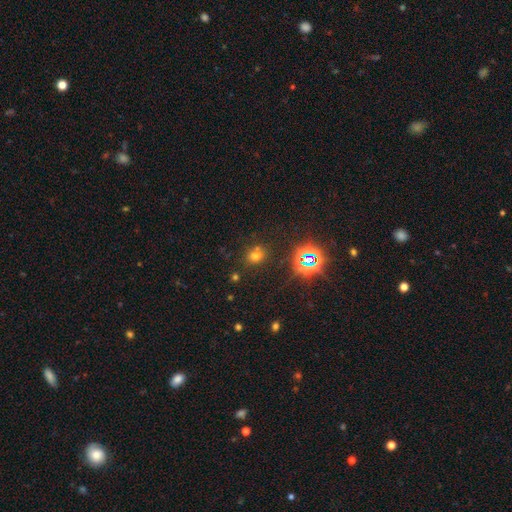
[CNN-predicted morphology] This is possibly a smooth galaxy (60%). How rounded: likely round (67%). Merging: likely none (69%).